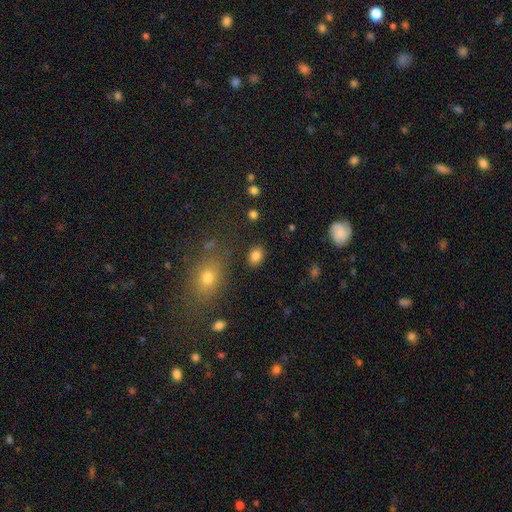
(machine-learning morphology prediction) Smooth or featured? smooth (83%)
How rounded? in between (60%)
Merging? none (84%)